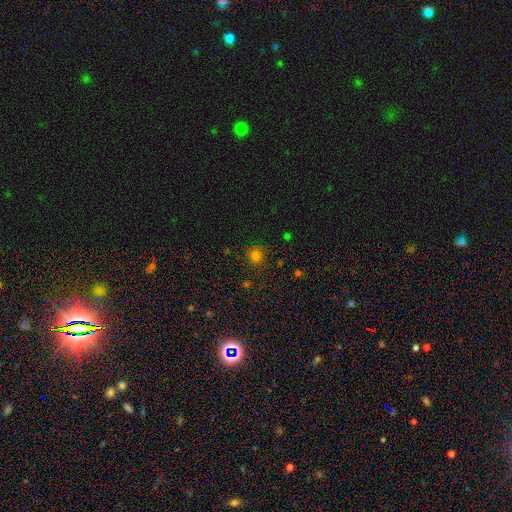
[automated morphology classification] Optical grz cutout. It shows a smooth galaxy with no disk features (77%) that is round (90%). Merging: none (83%).